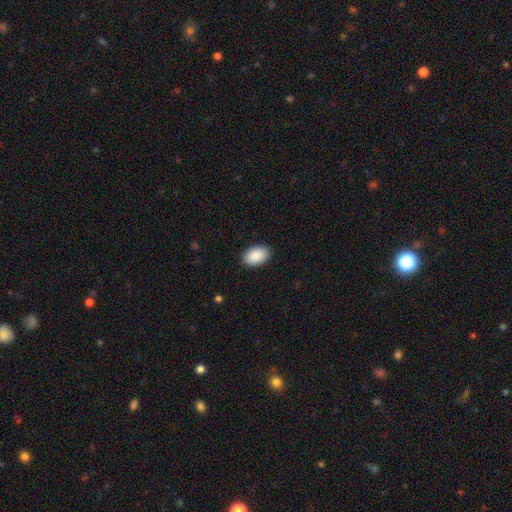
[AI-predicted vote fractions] A smooth galaxy with no disk features (91%) that is in between round and cigar-shaped (93%). Merging: none (90%).